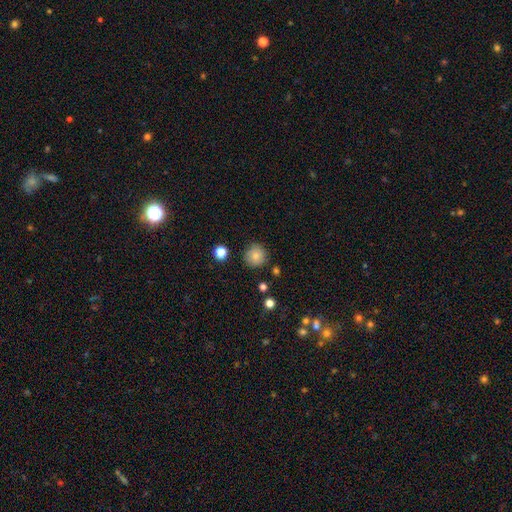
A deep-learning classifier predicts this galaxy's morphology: The model was most divided on "smooth or featured": smooth: 77%, featured or disk: 13%, star or artifact: 11%. More confident: how rounded — round (94%); merging — none (85%).